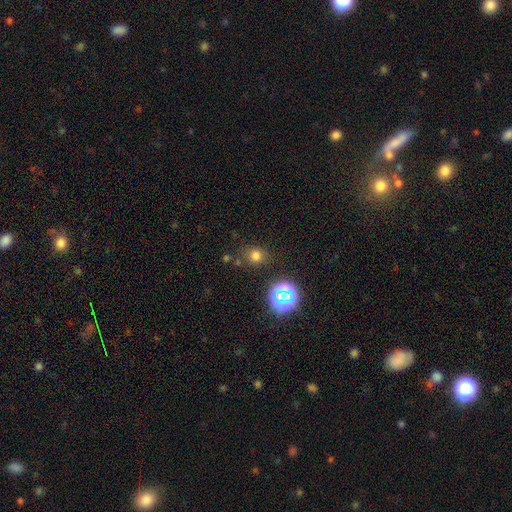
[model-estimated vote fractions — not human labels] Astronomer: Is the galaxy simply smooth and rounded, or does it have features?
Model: smooth — 70%.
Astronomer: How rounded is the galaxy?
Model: round — 82%.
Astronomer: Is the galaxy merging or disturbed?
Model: none — 80%.